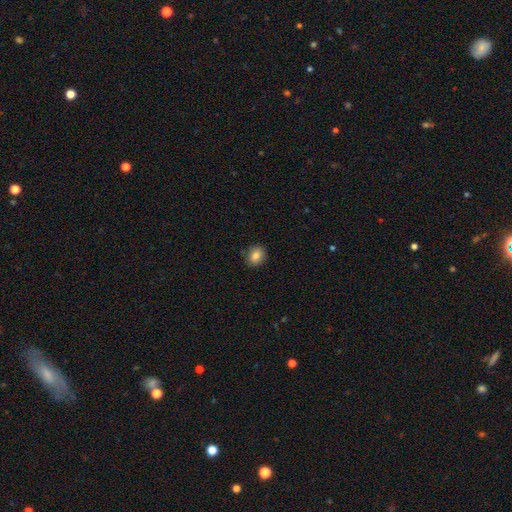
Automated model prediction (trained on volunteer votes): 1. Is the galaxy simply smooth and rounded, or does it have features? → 83% smooth, 9% star or artifact, 7% featured or disk.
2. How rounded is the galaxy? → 58% round, 41% in between, 1% cigar-shaped.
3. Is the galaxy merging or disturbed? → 87% none, 10% minor disturbance, 2% major disturbance, 1% merger.